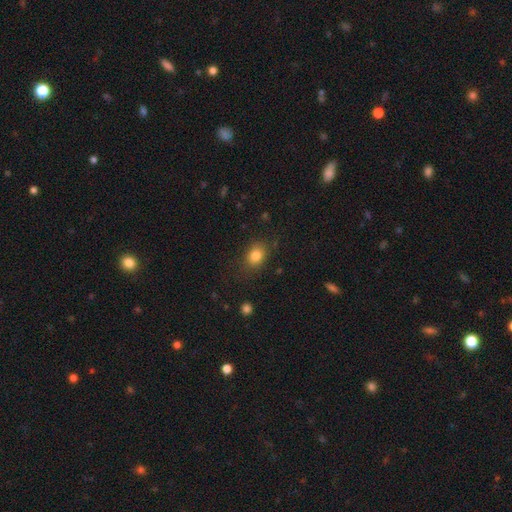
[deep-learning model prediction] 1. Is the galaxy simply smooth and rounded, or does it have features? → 83% smooth, 11% star or artifact, 7% featured or disk.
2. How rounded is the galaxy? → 58% in between, 40% round, 1% cigar-shaped.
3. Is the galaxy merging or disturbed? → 79% none, 14% minor disturbance, 5% major disturbance, 2% merger.